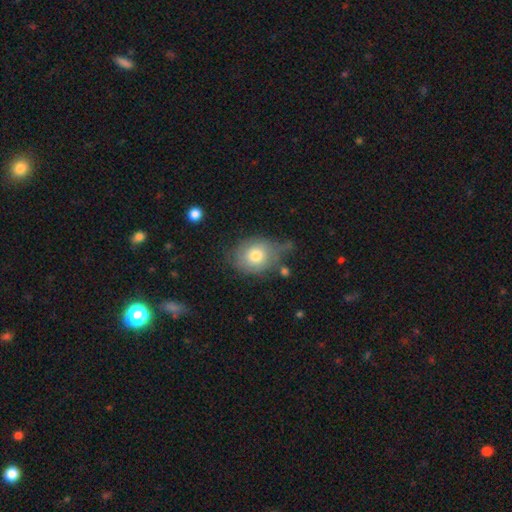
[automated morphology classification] The model was most divided on "merging": none: 47%, minor disturbance: 31%, major disturbance: 16%, merger: 7%. More confident: smooth or featured — smooth (70%); how rounded — round (62%).